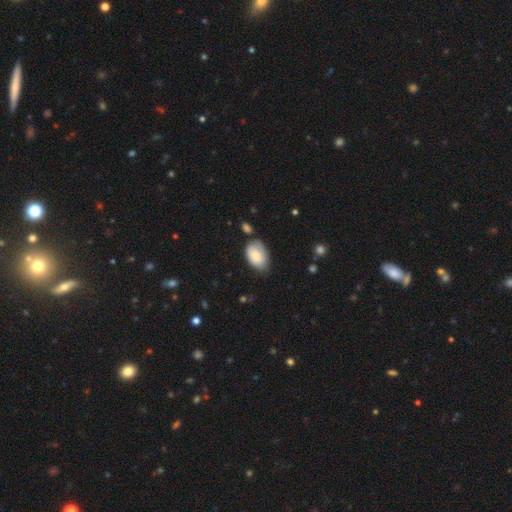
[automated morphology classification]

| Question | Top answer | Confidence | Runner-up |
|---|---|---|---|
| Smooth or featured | smooth | 79% | featured or disk (14%) |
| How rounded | in between | 90% | round (9%) |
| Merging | none | 59% | minor disturbance (31%) |